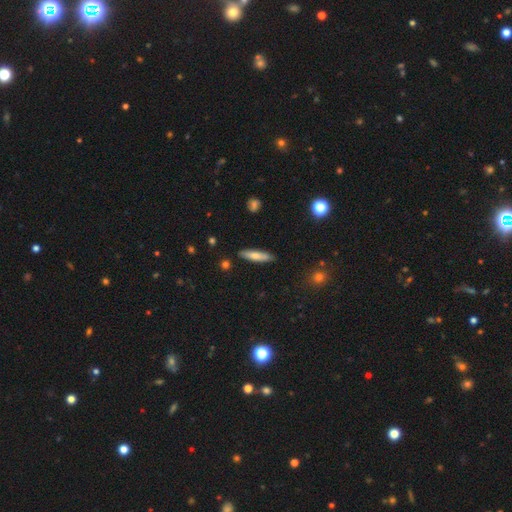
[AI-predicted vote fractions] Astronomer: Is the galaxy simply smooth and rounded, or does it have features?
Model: smooth — 68%.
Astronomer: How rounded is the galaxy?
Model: cigar-shaped — 78%.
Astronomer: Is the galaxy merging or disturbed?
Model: none — 86%.